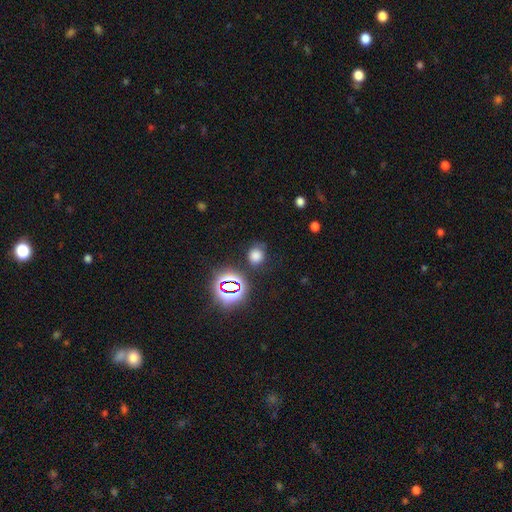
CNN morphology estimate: Q: Smooth or featured?
A: smooth (69%); runner-up: star or artifact (25%)
Q: How rounded?
A: round (79%); runner-up: in between (20%)
Q: Merging?
A: none (75%); runner-up: minor disturbance (16%)